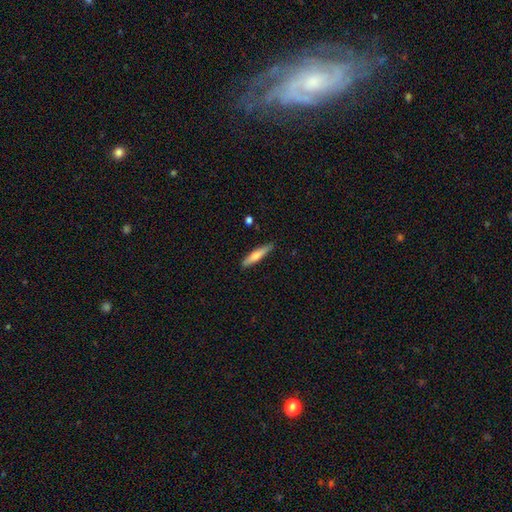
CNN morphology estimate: Smooth or featured: smooth — 64% (featured or disk — 30%)
How rounded: cigar-shaped — 86% (in between — 13%)
Merging: none — 87% (minor disturbance — 10%)